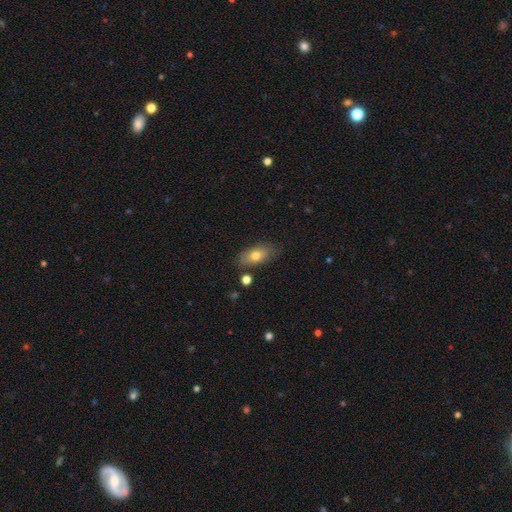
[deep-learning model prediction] This is likely a smooth galaxy (73%). How rounded: clearly in between (86%). Merging: likely none (78%).